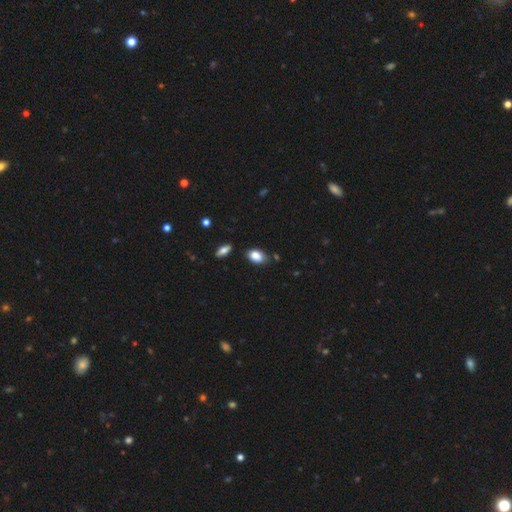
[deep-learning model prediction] Morphology: type=smooth (86%); roundness=in between (88%); merging=none (76%).